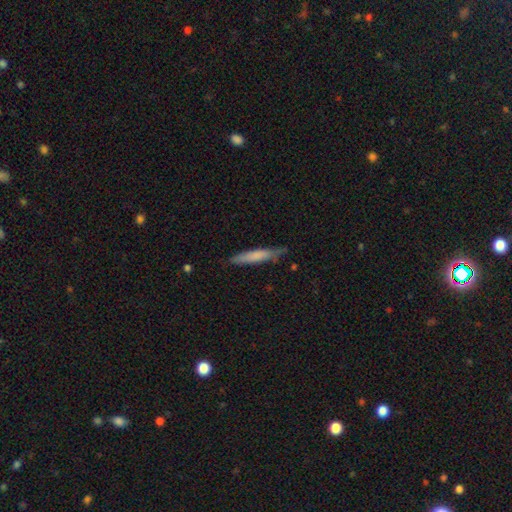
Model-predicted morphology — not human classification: Smooth or featured? Predicted: smooth (p=0.70). How rounded? Predicted: cigar-shaped (p=0.92). Merging? Predicted: none (p=0.77).